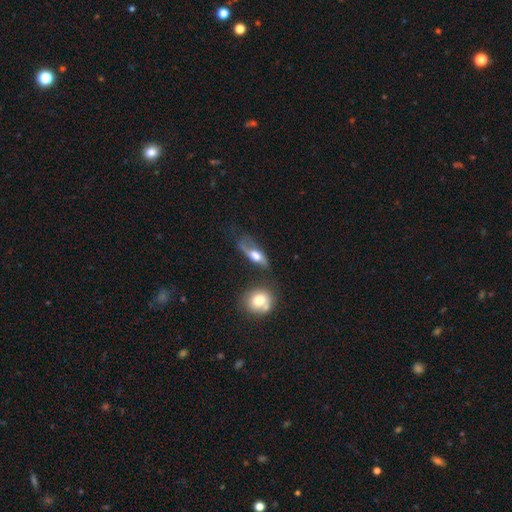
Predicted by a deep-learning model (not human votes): Smooth or featured?
  - featured or disk: 51% *
  - smooth: 41%
  - star or artifact: 8%
Edge-on disk?
  - no: 67% *
  - yes: 33%
Merging?
  - none: 41% *
  - minor disturbance: 24%
  - major disturbance: 23%
  - merger: 12%